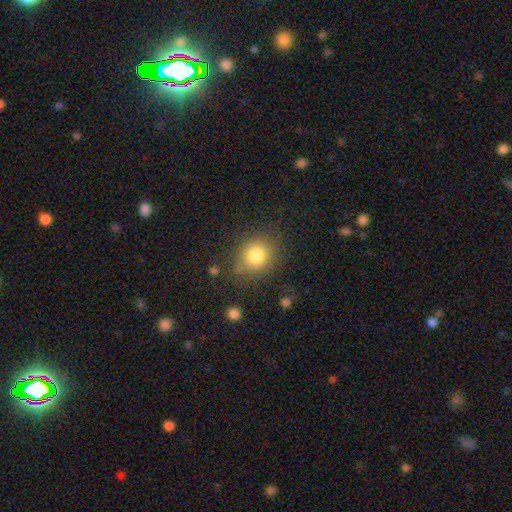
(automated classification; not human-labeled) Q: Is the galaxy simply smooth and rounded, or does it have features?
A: smooth — 80%.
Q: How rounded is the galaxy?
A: round — 69%.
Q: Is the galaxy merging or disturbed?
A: none — 76%.